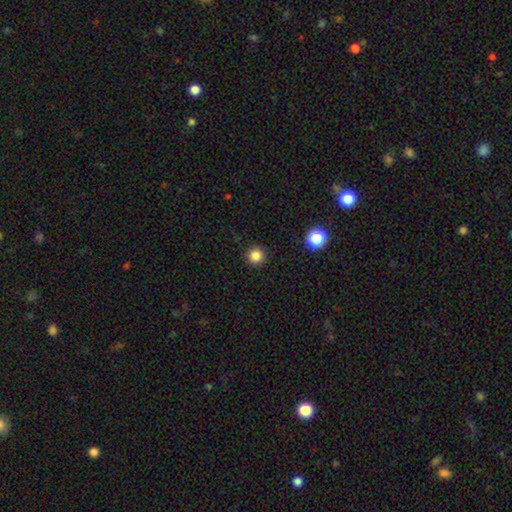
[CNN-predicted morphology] smooth_or_featured: smooth (p=0.84) [alt: star or artifact p=0.13]
how_rounded: round (p=0.96) [alt: in between p=0.03]
merging: none (p=0.93) [alt: minor disturbance p=0.05]